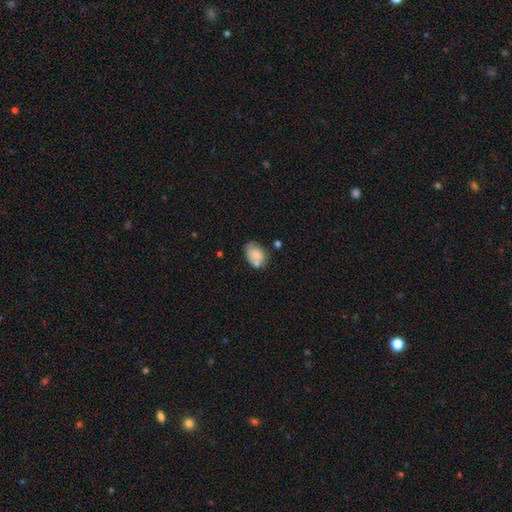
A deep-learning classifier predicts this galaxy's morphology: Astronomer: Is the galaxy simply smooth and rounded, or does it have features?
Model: smooth — 71%.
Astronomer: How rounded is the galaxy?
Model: in between — 76%.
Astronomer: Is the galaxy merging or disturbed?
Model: none — 48% (runner-up: minor disturbance, 26%).